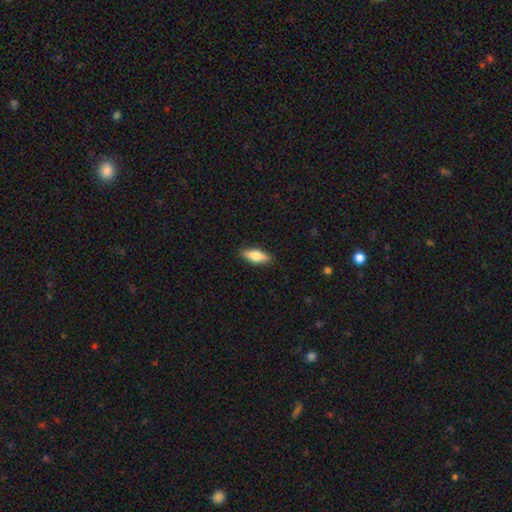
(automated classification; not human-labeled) smooth 72%, featured or disk 22%, star or artifact 6%. Down the decision tree: how rounded — in between (63%); merging — none (88%).